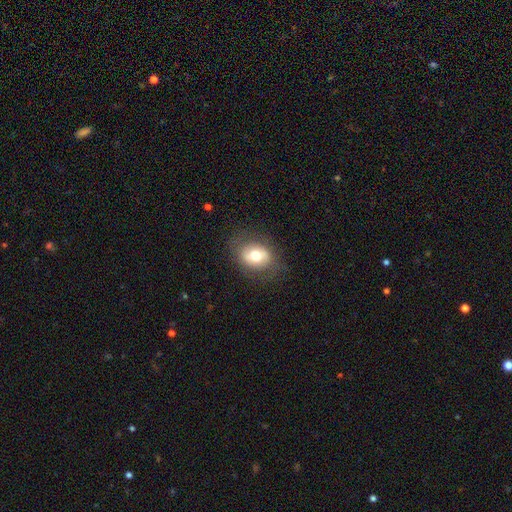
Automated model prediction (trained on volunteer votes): A smooth galaxy with no disk features (63%) that is in between round and cigar-shaped (57%). Merging: none (78%).